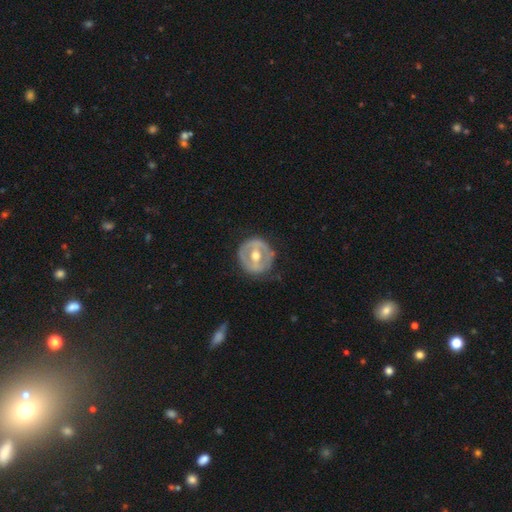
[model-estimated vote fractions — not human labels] A featured or disk galaxy (67%) with a weak bar (35%), no spiral arms (75%) and a moderate central bulge (79%).

Vote fractions:
- Smooth or featured? featured or disk: 67% / smooth: 27% / star or artifact: 5%
- Edge-on disk? no: 94% / yes: 6%
- Bar? weak: 35% / strong: 34% / no: 30%
- Spiral arms? no: 75% / yes: 25%
- Bulge size? moderate: 79% / small: 14% / large: 5% / none: 1% / dominant: 1%
- Merging? none: 81% / minor disturbance: 13% / major disturbance: 5% / merger: 1%